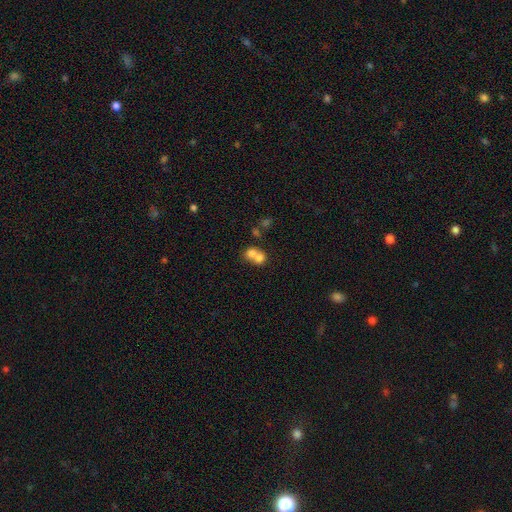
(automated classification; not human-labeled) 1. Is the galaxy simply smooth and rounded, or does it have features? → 72% smooth, 18% featured or disk, 11% star or artifact.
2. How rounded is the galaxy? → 73% round, 26% in between, 1% cigar-shaped.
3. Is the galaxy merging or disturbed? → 69% merger, 24% none, 4% minor disturbance, 3% major disturbance.